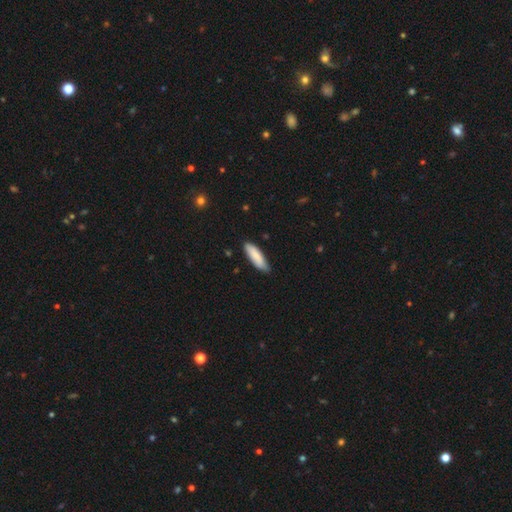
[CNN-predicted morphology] Overall: smooth (86%). How rounded: in between (50%; cigar-shaped 49%). Merging: none (76%).